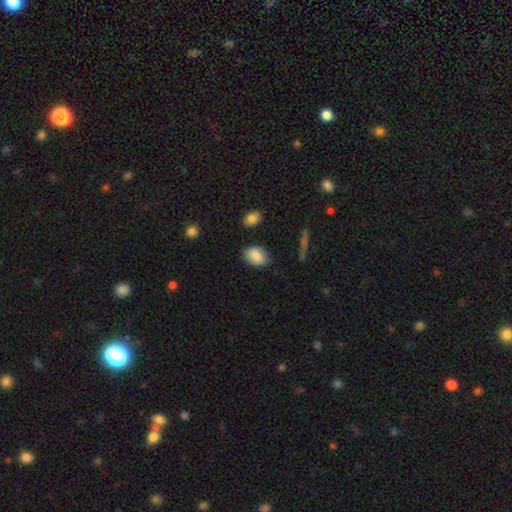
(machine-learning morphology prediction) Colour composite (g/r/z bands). It shows a smooth galaxy with no disk features (87%) that is in between round and cigar-shaped (81%). Merging: none (82%).